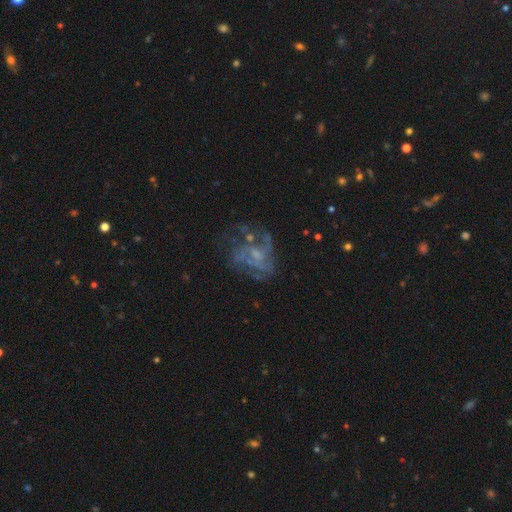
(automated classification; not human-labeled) featured or disk 74%, smooth 14%, star or artifact 13%. Down the decision tree: edge-on disk — no (98%); bar — no (62%); spiral arms — yes (70%); spiral arm count — can't tell (38%); spiral winding — medium (42%); bulge size — small (37%); merging — none (46%).